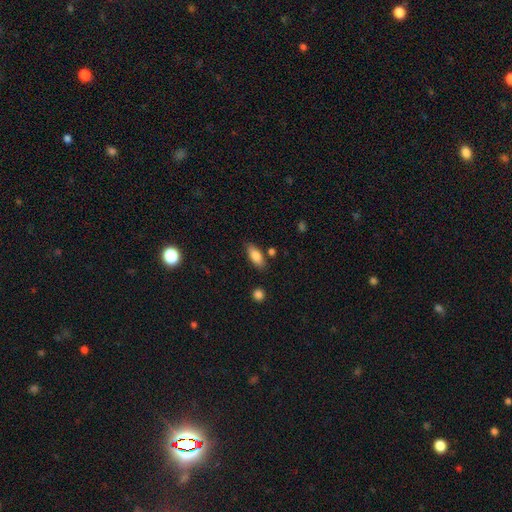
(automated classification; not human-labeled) Smooth or featured?
  - smooth: 81% *
  - featured or disk: 11%
  - star or artifact: 7%
How rounded?
  - in between: 82% *
  - cigar-shaped: 16%
  - round: 3%
Merging?
  - none: 80% *
  - minor disturbance: 13%
  - merger: 4%
  - major disturbance: 3%